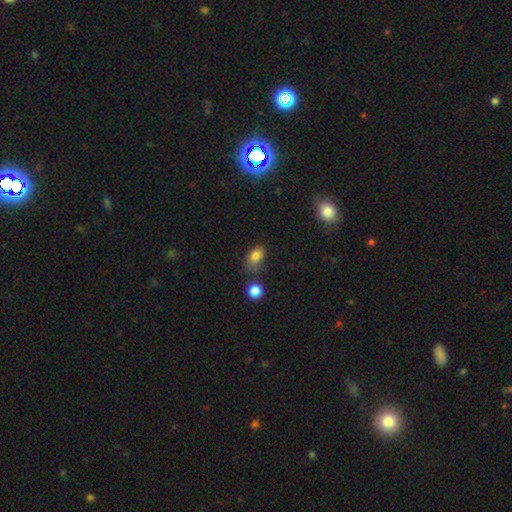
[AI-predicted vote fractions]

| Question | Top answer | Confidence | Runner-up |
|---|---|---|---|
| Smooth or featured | smooth | 82% | star or artifact (11%) |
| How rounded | in between | 84% | round (14%) |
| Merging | none | 57% | minor disturbance (25%) |